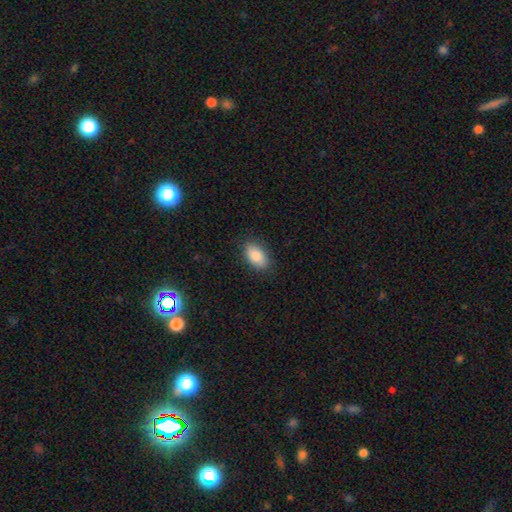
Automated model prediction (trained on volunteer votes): Morphology: type=smooth (86%); roundness=in between (92%); merging=none (86%).